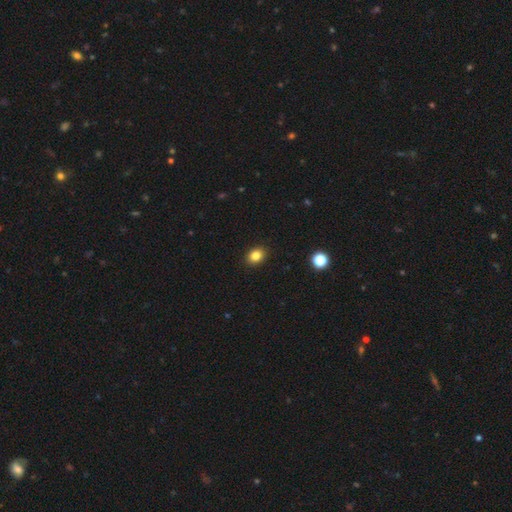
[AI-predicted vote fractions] Smooth or featured? Predicted: smooth (p=0.83). How rounded? Predicted: in between (p=0.57). Merging? Predicted: none (p=0.90).